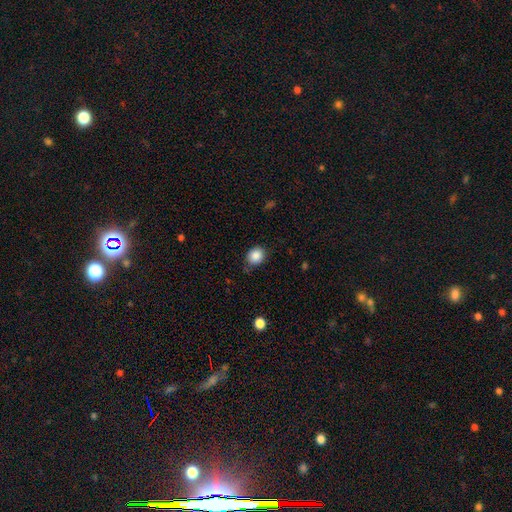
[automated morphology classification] smooth 87%, star or artifact 9%, featured or disk 4%. Down the decision tree: how rounded — round (68%); merging — none (79%).